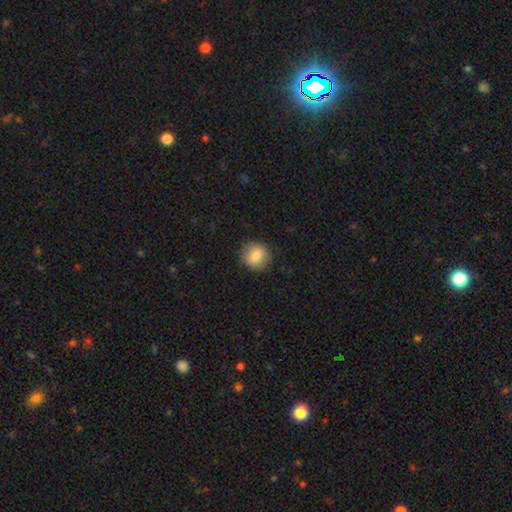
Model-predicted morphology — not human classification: Smooth or featured: smooth — 83% (featured or disk — 9%)
How rounded: round — 90% (in between — 9%)
Merging: none — 88% (minor disturbance — 8%)